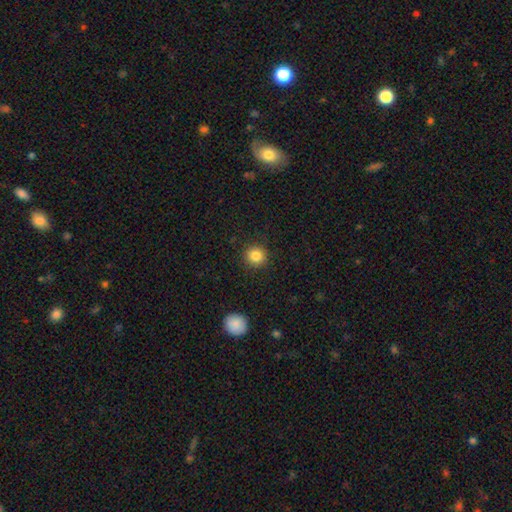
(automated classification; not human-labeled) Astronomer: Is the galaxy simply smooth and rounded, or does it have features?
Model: smooth — 85%.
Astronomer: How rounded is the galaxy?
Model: round — 91%.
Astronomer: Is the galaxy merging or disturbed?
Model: none — 90%.